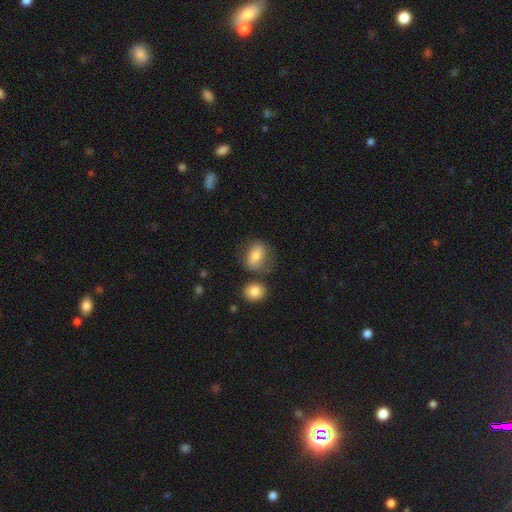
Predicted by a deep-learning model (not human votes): smooth_or_featured: smooth (p=0.76) [alt: featured or disk p=0.15]
how_rounded: in between (p=0.70) [alt: round p=0.28]
merging: none (p=0.58) [alt: minor disturbance p=0.21]